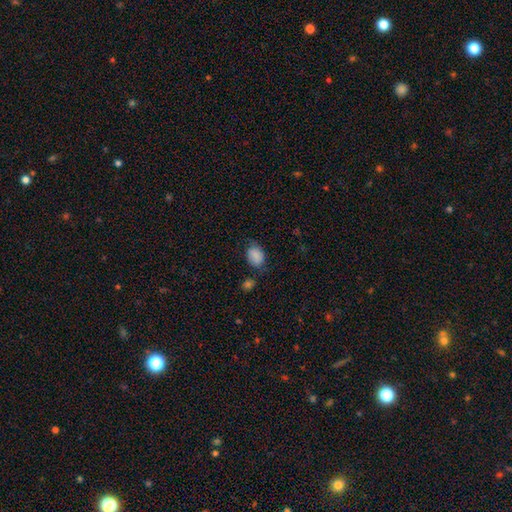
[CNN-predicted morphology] A smooth galaxy with no disk features (85%) that is in between round and cigar-shaped (68%). Merging: none (63%).